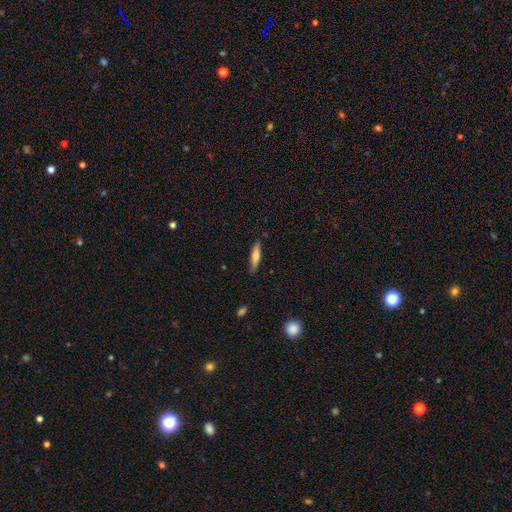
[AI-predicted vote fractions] smooth_or_featured: smooth (p=0.68) [alt: featured or disk p=0.26]
how_rounded: cigar-shaped (p=0.79) [alt: in between p=0.20]
merging: none (p=0.84) [alt: minor disturbance p=0.12]